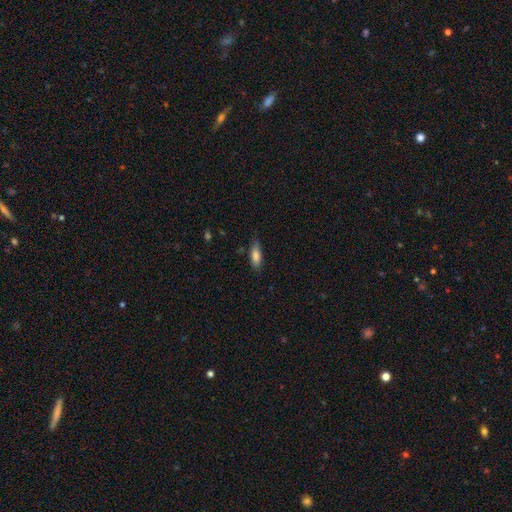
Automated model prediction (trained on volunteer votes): Smooth or featured: smooth — 82% (featured or disk — 11%)
How rounded: in between — 65% (cigar-shaped — 33%)
Merging: none — 74% (minor disturbance — 21%)